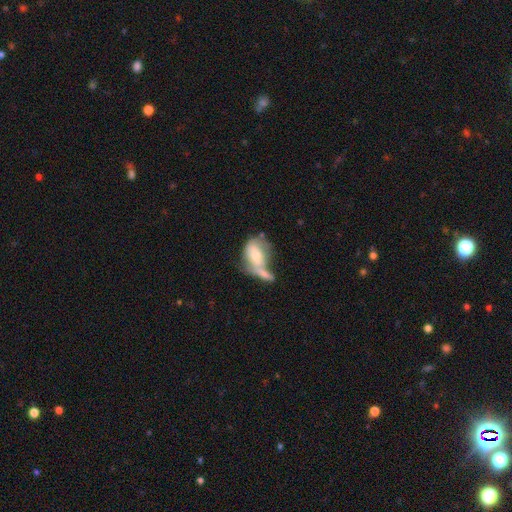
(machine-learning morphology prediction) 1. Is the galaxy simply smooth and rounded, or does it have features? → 55% smooth, 38% featured or disk, 7% star or artifact.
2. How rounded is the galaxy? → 78% in between, 18% round, 3% cigar-shaped.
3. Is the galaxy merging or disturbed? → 50% merger, 21% none, 14% minor disturbance, 14% major disturbance.